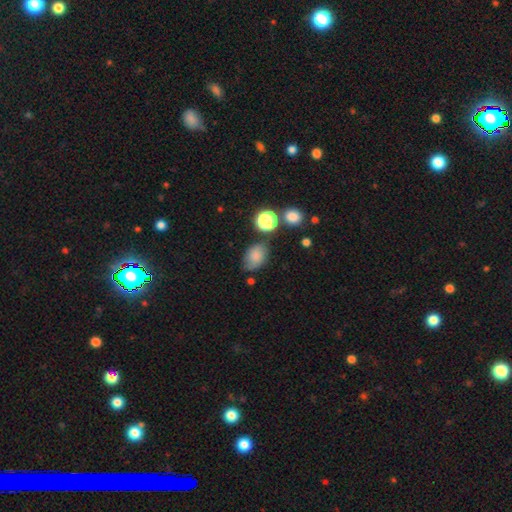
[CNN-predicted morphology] Overall: smooth (77%). How rounded: in between (75%). Merging: none (62%; minor disturbance 24%).